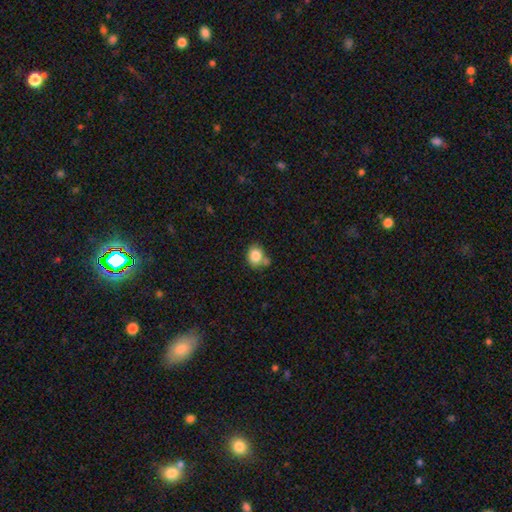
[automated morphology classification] Smooth or featured?
  - smooth: 84% *
  - star or artifact: 9%
  - featured or disk: 7%
How rounded?
  - round: 63% *
  - in between: 36%
  - cigar-shaped: 1%
Merging?
  - none: 56% *
  - merger: 21%
  - minor disturbance: 18%
  - major disturbance: 5%